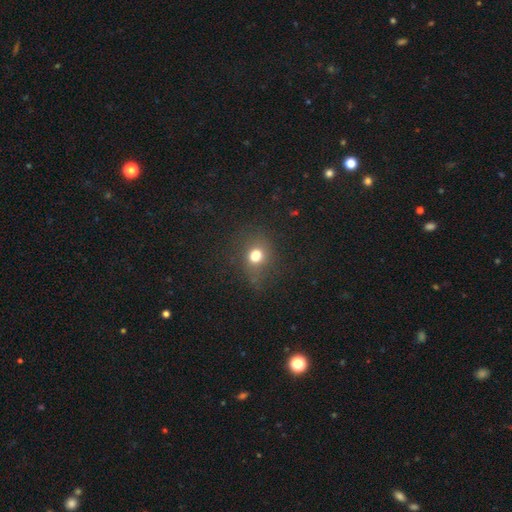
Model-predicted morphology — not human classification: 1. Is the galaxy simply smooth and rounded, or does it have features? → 70% smooth, 20% star or artifact, 10% featured or disk.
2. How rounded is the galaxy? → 63% round, 35% in between, 2% cigar-shaped.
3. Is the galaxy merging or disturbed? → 71% none, 16% minor disturbance, 9% major disturbance, 3% merger.